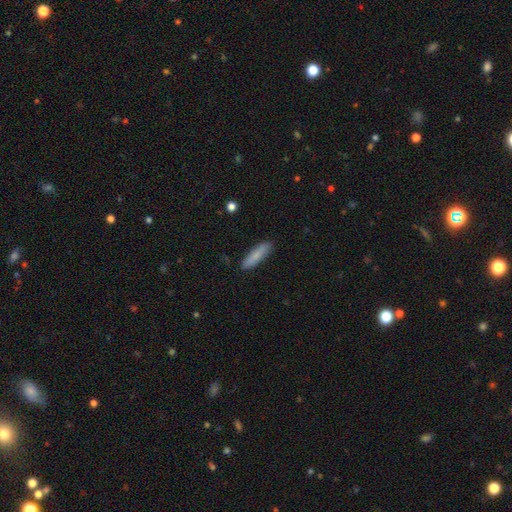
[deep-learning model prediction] A smooth galaxy with no disk features (82%) that is cigar-shaped (76%). Merging: none (88%).